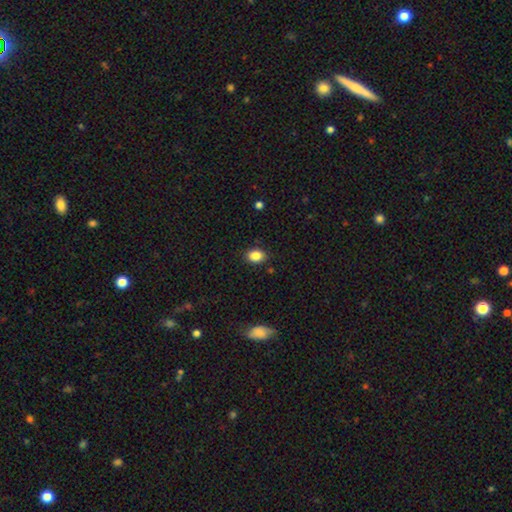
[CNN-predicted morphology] Smooth or featured?
  - smooth: 86% *
  - star or artifact: 9%
  - featured or disk: 5%
How rounded?
  - in between: 73% *
  - round: 26%
  - cigar-shaped: 1%
Merging?
  - none: 87% *
  - minor disturbance: 10%
  - major disturbance: 2%
  - merger: 1%